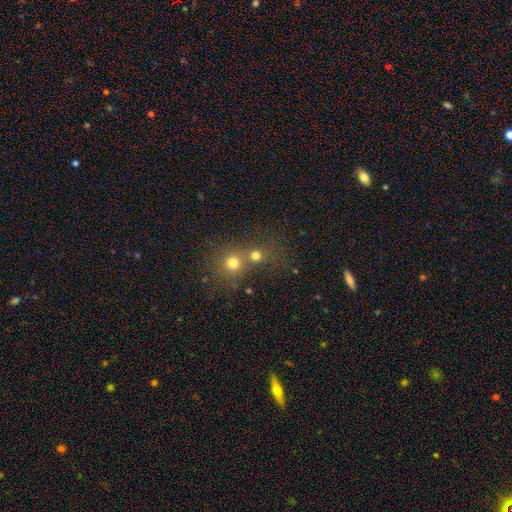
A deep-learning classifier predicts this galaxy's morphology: A smooth galaxy with no disk features (70%) that is round (85%).

Vote fractions:
- Smooth or featured? smooth: 70% / star or artifact: 19% / featured or disk: 11%
- How rounded? round: 85% / in between: 13% / cigar-shaped: 1%
- Merging? none: 47% / merger: 44% / minor disturbance: 6% / major disturbance: 3%